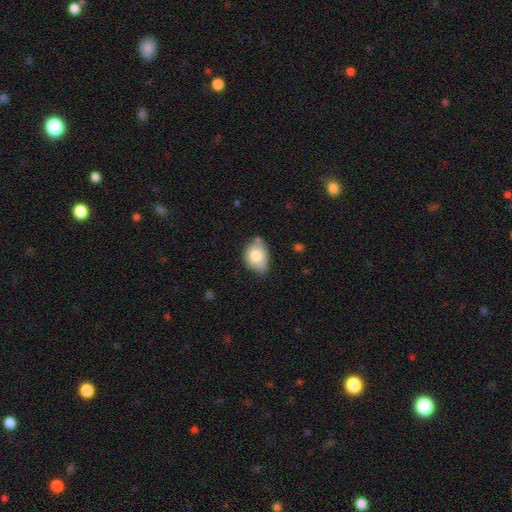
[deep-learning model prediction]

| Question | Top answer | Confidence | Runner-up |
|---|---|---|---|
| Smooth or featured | smooth | 78% | featured or disk (15%) |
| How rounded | in between | 70% | round (28%) |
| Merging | none | 45% | minor disturbance (40%) |